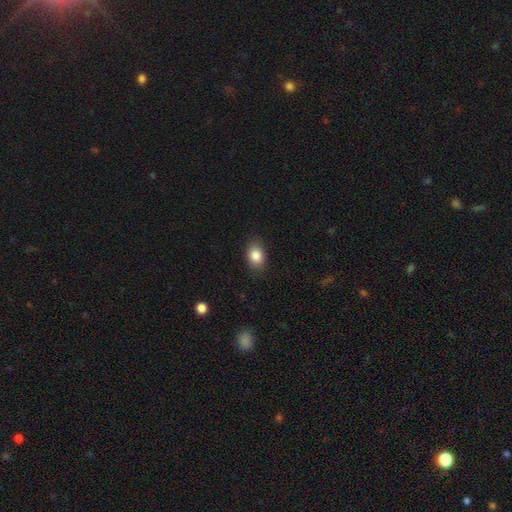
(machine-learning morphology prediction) A smooth galaxy with no disk features (86%) that is in between round and cigar-shaped (79%).

Vote fractions:
- Smooth or featured? smooth: 86% / star or artifact: 8% / featured or disk: 6%
- How rounded? in between: 79% / round: 19% / cigar-shaped: 1%
- Merging? none: 84% / minor disturbance: 12% / major disturbance: 3% / merger: 1%